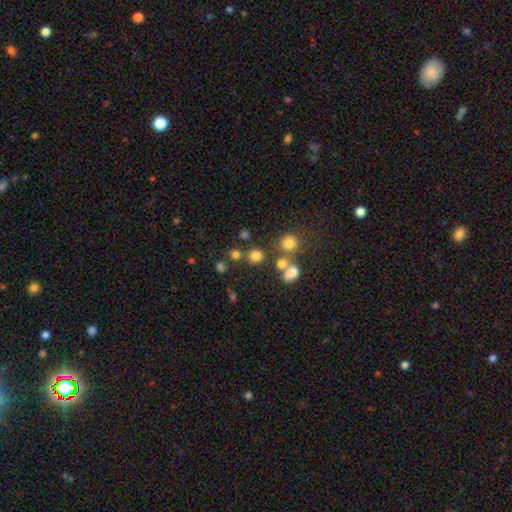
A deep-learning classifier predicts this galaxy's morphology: type=smooth (75%); roundness=round (86%); merging=none (70%).